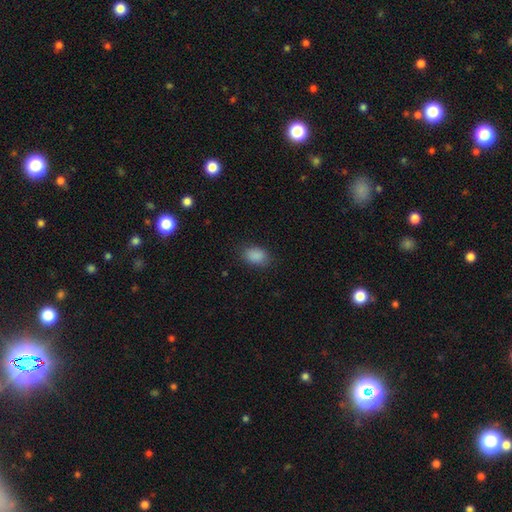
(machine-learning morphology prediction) smooth_or_featured: smooth (p=0.88) [alt: star or artifact p=0.09]
how_rounded: in between (p=0.81) [alt: round p=0.17]
merging: none (p=0.82) [alt: minor disturbance p=0.13]